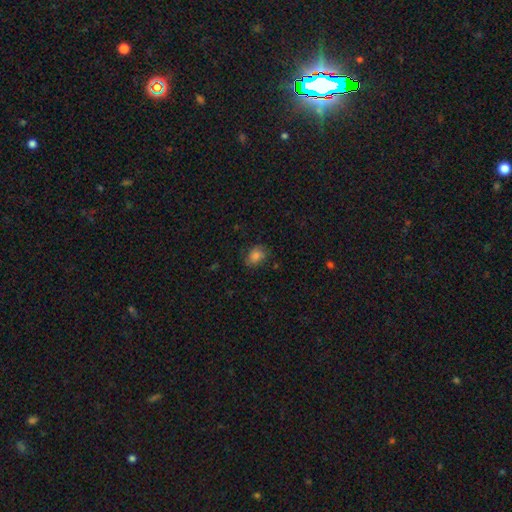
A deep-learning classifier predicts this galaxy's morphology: A smooth galaxy with no disk features (74%) that is in between round and cigar-shaped (63%).

Vote fractions:
- Smooth or featured? smooth: 74% / featured or disk: 15% / star or artifact: 11%
- How rounded? in between: 63% / round: 36% / cigar-shaped: 1%
- Merging? none: 72% / minor disturbance: 20% / major disturbance: 6% / merger: 1%